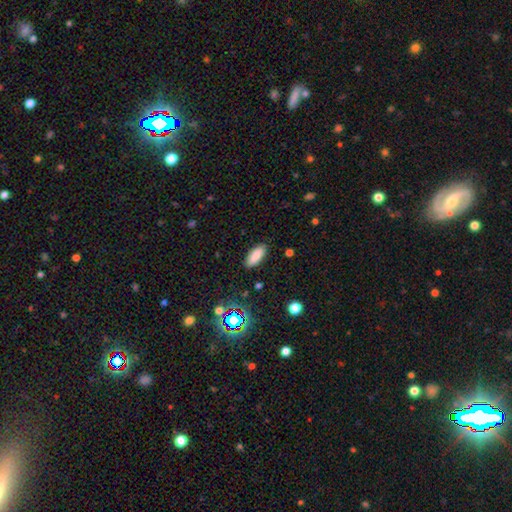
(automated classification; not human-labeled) smooth_or_featured: smooth (p=0.84) [alt: star or artifact p=0.10]
how_rounded: in between (p=0.78) [alt: cigar-shaped p=0.20]
merging: none (p=0.87) [alt: minor disturbance p=0.09]